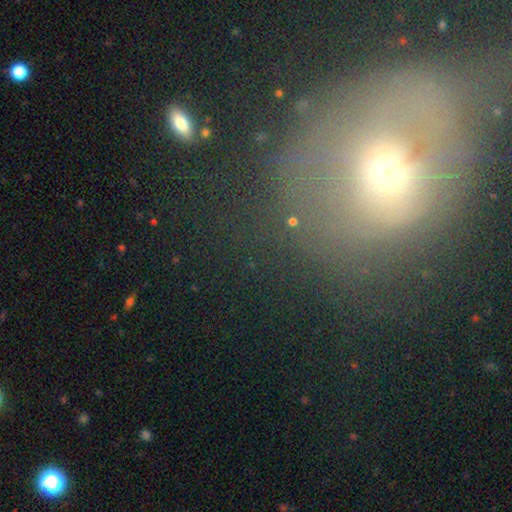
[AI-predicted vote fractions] Smooth or featured? smooth (46%)
Merging? none (56%)